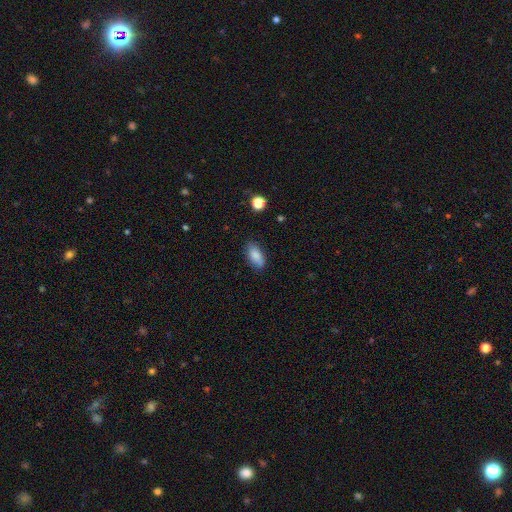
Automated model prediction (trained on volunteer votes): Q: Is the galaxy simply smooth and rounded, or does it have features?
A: smooth — 85%.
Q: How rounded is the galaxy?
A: in between — 88%.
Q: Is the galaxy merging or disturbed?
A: none — 81%.